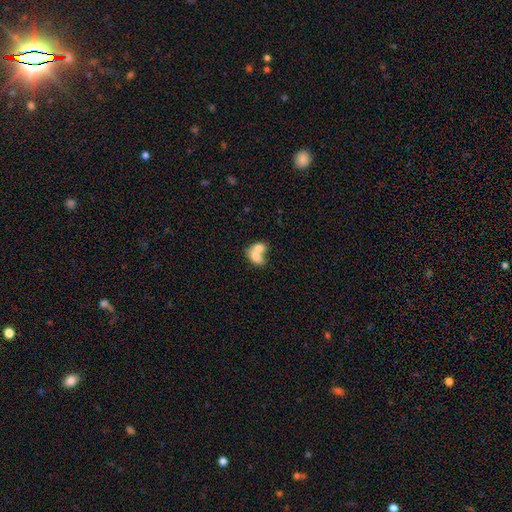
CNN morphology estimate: Smooth or featured: smooth — 71% (featured or disk — 21%)
How rounded: in between — 73% (round — 26%)
Merging: merger — 73% (none — 16%)